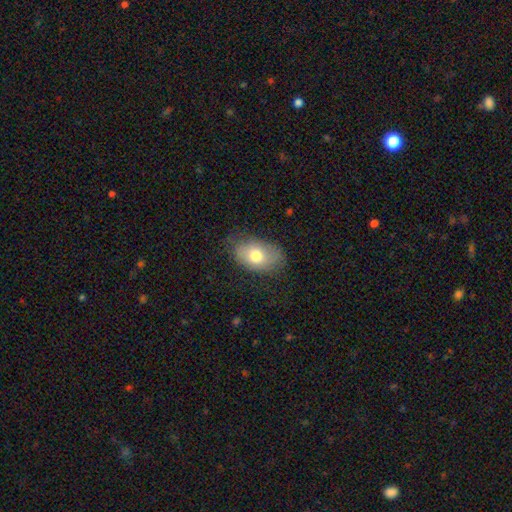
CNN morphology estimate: The model was most divided on "merging": none: 71%, minor disturbance: 22%, major disturbance: 7%, merger: 1%. More confident: how rounded — in between (88%); smooth or featured — smooth (74%).